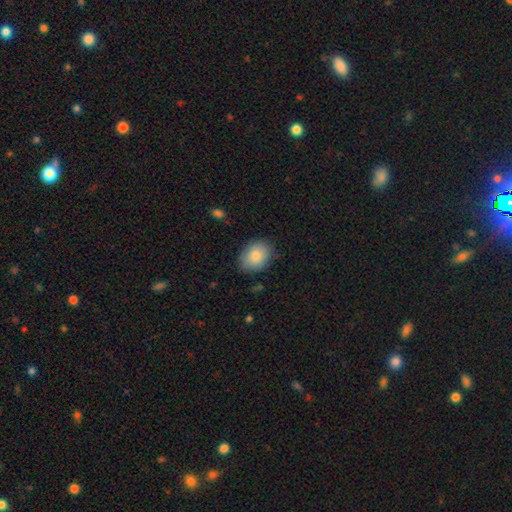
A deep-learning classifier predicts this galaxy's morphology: smooth_or_featured: smooth (p=0.83) [alt: featured or disk p=0.09]
how_rounded: in between (p=0.61) [alt: round p=0.38]
merging: none (p=0.82) [alt: minor disturbance p=0.14]